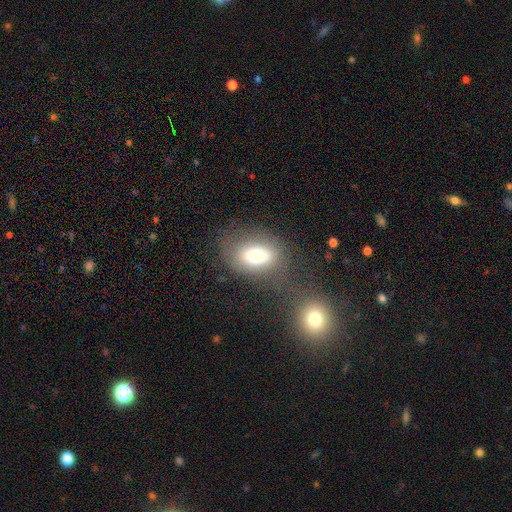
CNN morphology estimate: smooth_or_featured: smooth (p=0.71) [alt: featured or disk p=0.18]
how_rounded: in between (p=0.79) [alt: round p=0.19]
merging: none (p=0.52) [alt: merger p=0.22]